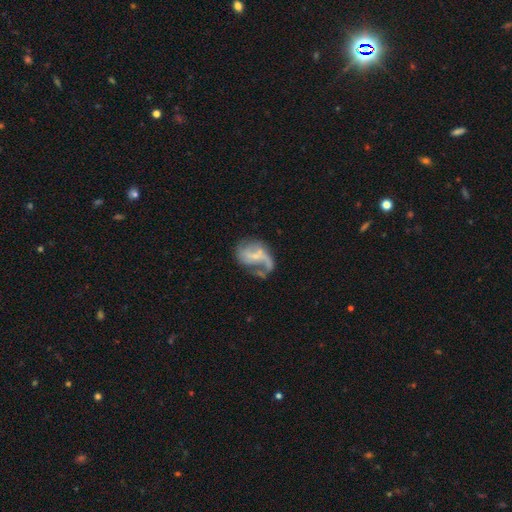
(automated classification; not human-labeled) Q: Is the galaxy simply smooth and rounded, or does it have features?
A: featured or disk — 74%.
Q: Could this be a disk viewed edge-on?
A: no — 98%.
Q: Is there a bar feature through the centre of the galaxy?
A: no — 45%.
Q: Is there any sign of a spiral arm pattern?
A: yes — 78%.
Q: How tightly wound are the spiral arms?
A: loose — 60%.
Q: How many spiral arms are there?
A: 2 — 51%.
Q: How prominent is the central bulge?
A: small — 64%.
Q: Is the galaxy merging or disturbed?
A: major disturbance — 36%.